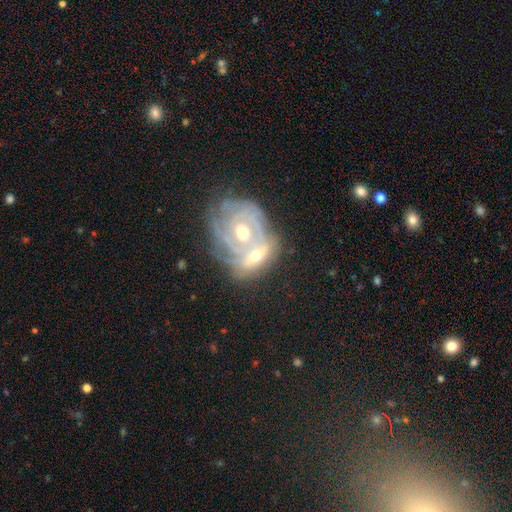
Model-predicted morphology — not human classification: Overall: featured or disk (69%). Edge-on disk: no (94%). Bar: no (69%). Spiral arms: yes (78%). Spiral arm count: can't tell (39%; 3 23%). Spiral winding: tight (66%; medium 27%). Bulge size: moderate (66%). Merging: merger (65%).